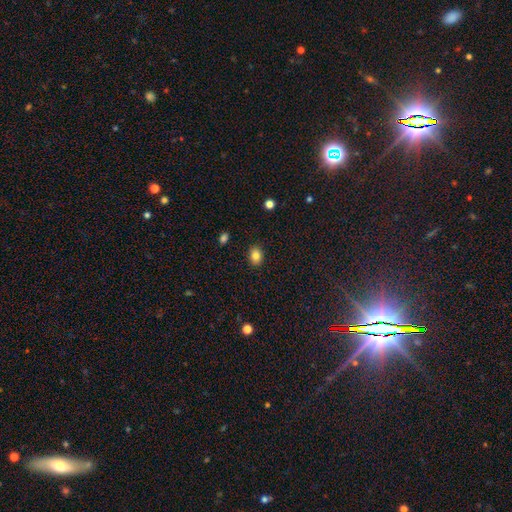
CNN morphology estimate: Overall: smooth (84%). How rounded: in between (58%; round 41%). Merging: none (89%).